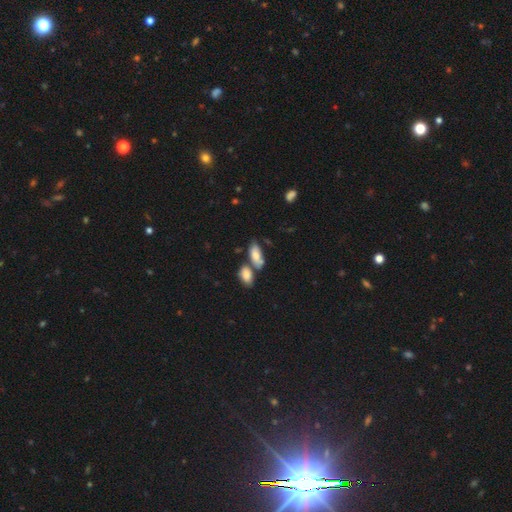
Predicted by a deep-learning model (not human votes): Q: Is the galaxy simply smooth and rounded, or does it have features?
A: smooth — 77%.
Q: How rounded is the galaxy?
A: in between — 88%.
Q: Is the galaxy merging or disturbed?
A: merger — 41%.